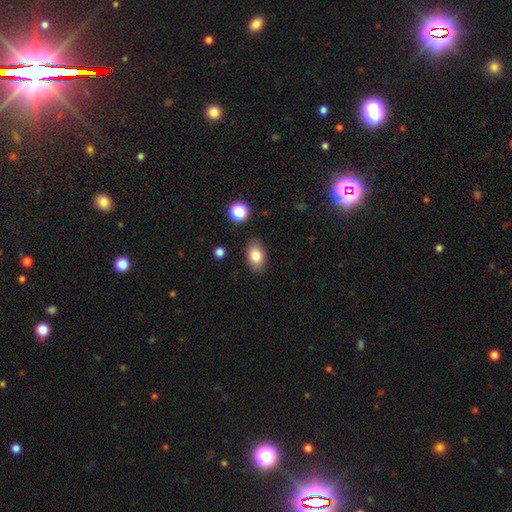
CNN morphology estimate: smooth 82%, star or artifact 9%, featured or disk 9%. Down the decision tree: how rounded — in between (85%); merging — none (85%).